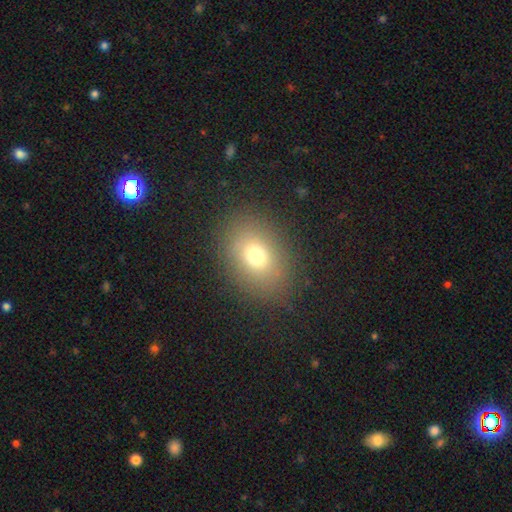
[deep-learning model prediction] Smooth or featured: smooth — 72% (star or artifact — 15%)
How rounded: in between — 63% (round — 36%)
Merging: none — 84% (minor disturbance — 10%)